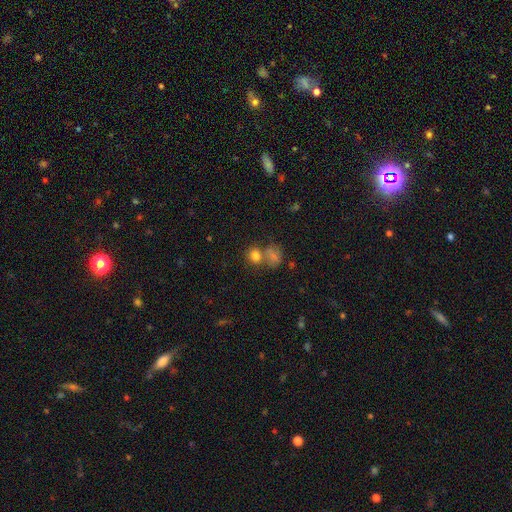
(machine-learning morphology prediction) type=smooth (78%); roundness=round (71%); merging=none (51%).